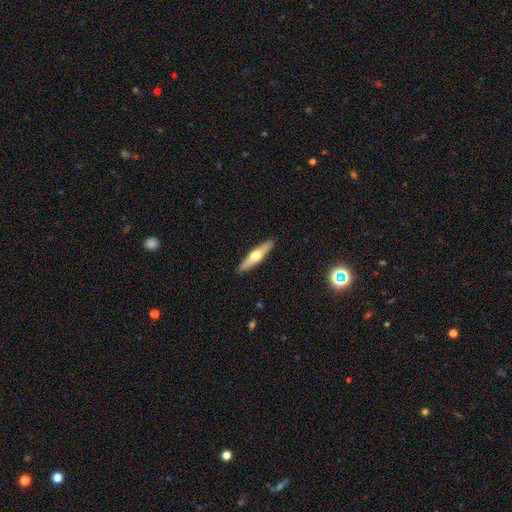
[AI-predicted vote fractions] Morphology: type=featured or disk (51%); edge-on=yes (92%); merging=none (90%).